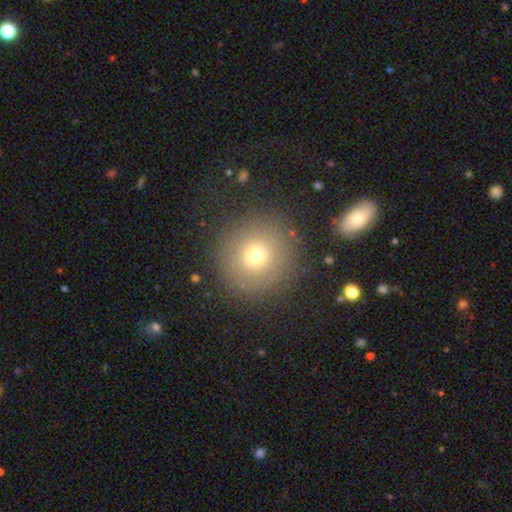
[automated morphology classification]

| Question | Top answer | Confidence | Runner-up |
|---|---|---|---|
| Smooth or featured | smooth | 70% | star or artifact (17%) |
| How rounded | round | 94% | in between (5%) |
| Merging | none | 86% | minor disturbance (8%) |